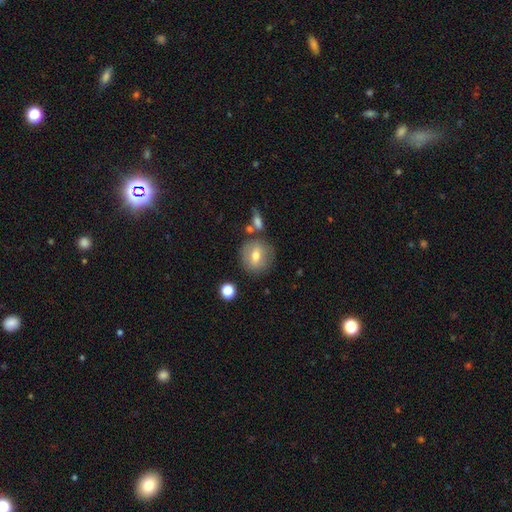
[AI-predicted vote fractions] smooth_or_featured: smooth (p=0.61) [alt: featured or disk p=0.30]
how_rounded: round (p=0.79) [alt: in between p=0.20]
merging: none (p=0.73) [alt: minor disturbance p=0.13]